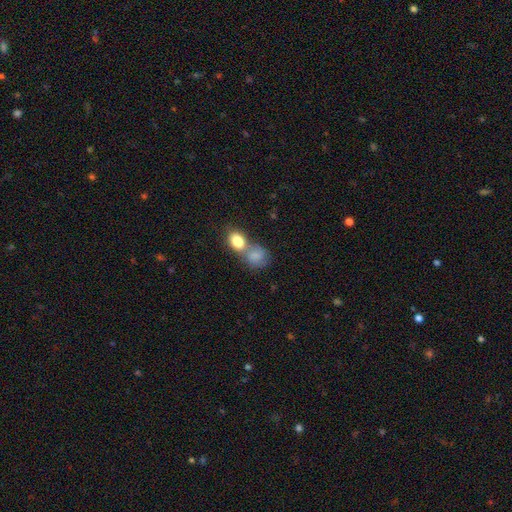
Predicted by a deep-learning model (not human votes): A smooth galaxy with no disk features (79%) that is round (55%). Merging: merger (57%).